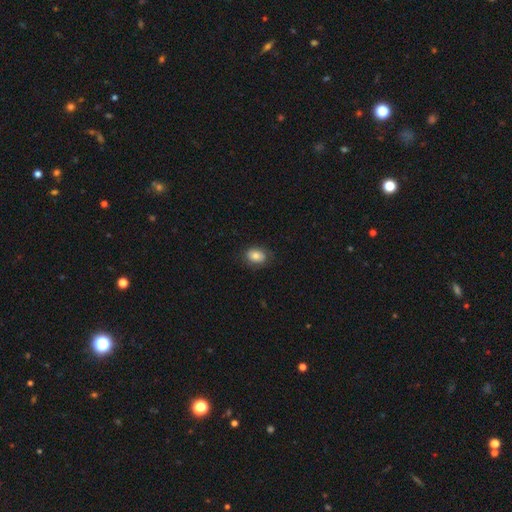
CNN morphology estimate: This appears to be a smooth galaxy with no disk features (78%) that is in between round and cigar-shaped (73%). Merging: none (78%).